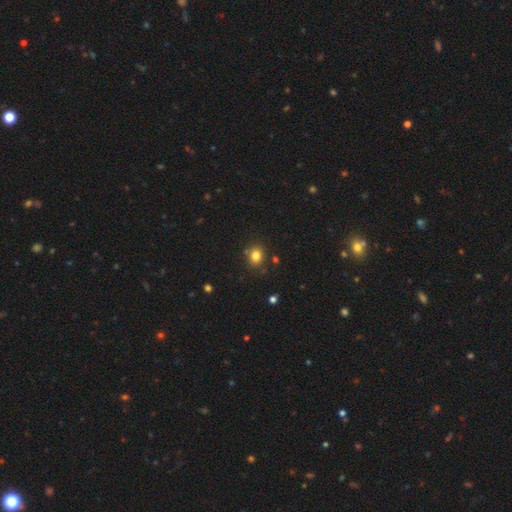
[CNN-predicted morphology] This appears to be a smooth galaxy with no disk features (81%) that is round (67%). Merging: none (80%).